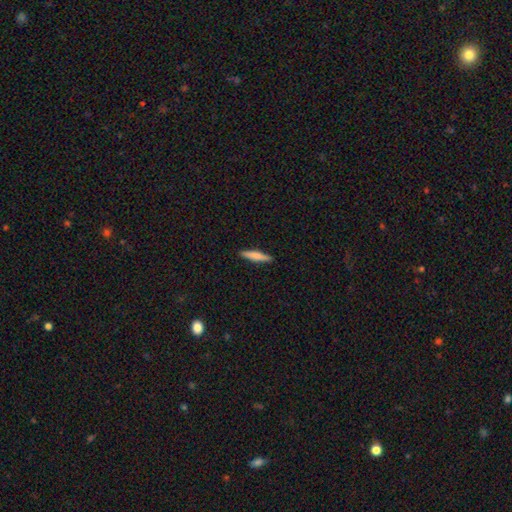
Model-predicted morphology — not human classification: This is likely a smooth galaxy (74%). How rounded: clearly cigar-shaped (88%). Merging: clearly none (91%).